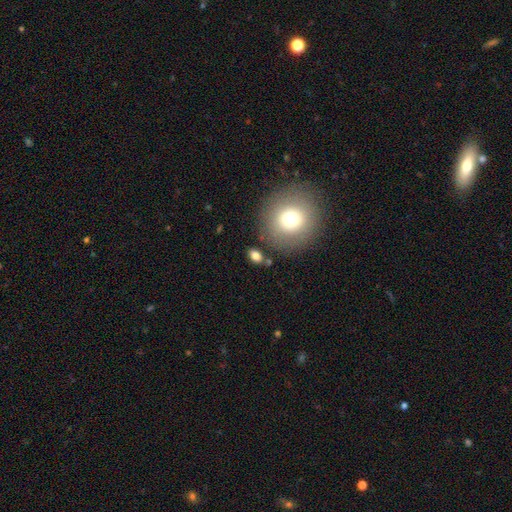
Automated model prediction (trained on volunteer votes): This appears to be a smooth galaxy with no disk features (78%) that is in between round and cigar-shaped (66%). Merging: none (77%).